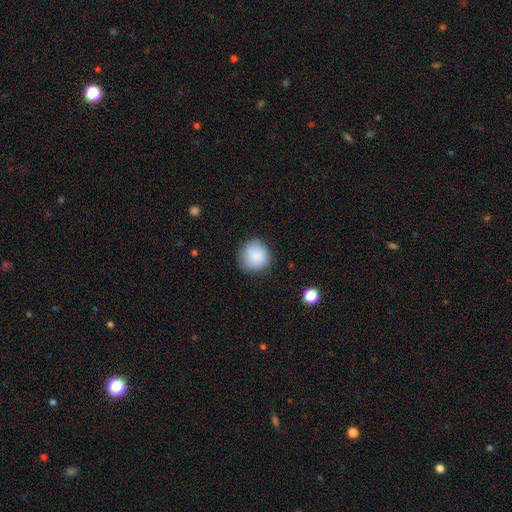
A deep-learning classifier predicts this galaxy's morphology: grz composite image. It shows a smooth galaxy with no disk features (87%) that is round (90%). Merging: none (82%).